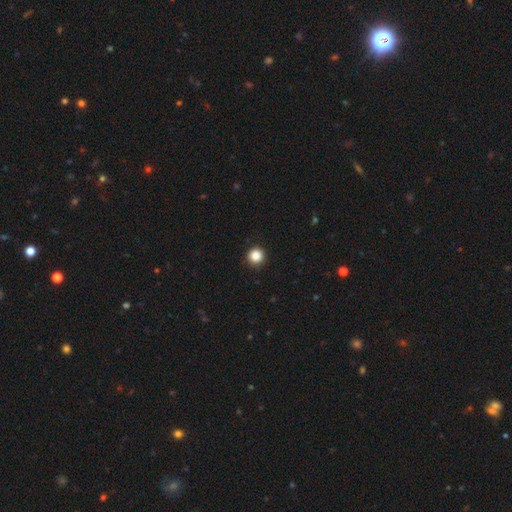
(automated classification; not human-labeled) A smooth galaxy with no disk features (87%) that is round (96%). Merging: none (93%).